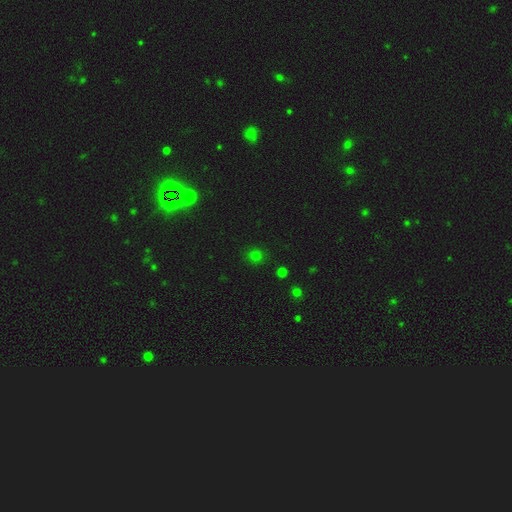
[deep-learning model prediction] Smooth or featured?
  - smooth: 71% *
  - star or artifact: 24%
  - featured or disk: 5%
How rounded?
  - round: 86% *
  - in between: 13%
  - cigar-shaped: 1%
Merging?
  - none: 87% *
  - minor disturbance: 9%
  - major disturbance: 3%
  - merger: 2%